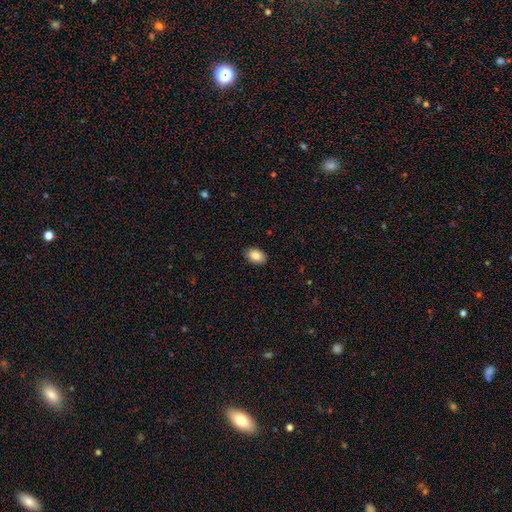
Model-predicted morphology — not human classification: This appears to be a smooth galaxy with no disk features (87%) that is in between round and cigar-shaped (89%). Merging: none (88%).